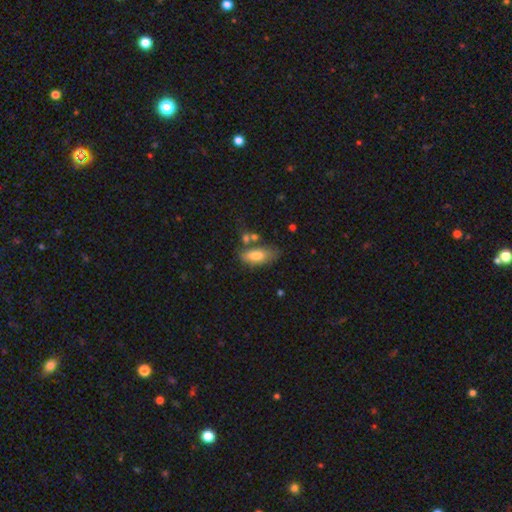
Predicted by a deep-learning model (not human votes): smooth_or_featured: smooth (p=0.75) [alt: featured or disk p=0.18]
how_rounded: in between (p=0.83) [alt: cigar-shaped p=0.14]
merging: none (p=0.54) [alt: minor disturbance p=0.24]